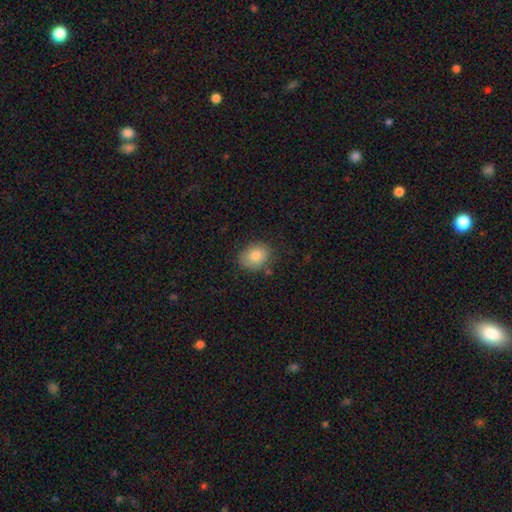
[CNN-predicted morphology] Smooth or featured?
  - smooth: 82% *
  - featured or disk: 9%
  - star or artifact: 9%
How rounded?
  - in between: 50% *
  - round: 49%
  - cigar-shaped: 1%
Merging?
  - none: 79% *
  - minor disturbance: 15%
  - major disturbance: 3%
  - merger: 3%